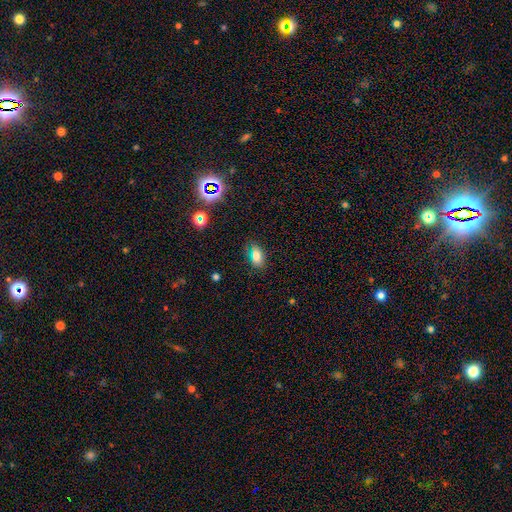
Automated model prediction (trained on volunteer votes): This is likely a smooth galaxy (74%). How rounded: clearly in between (86%). Merging: likely none (73%).